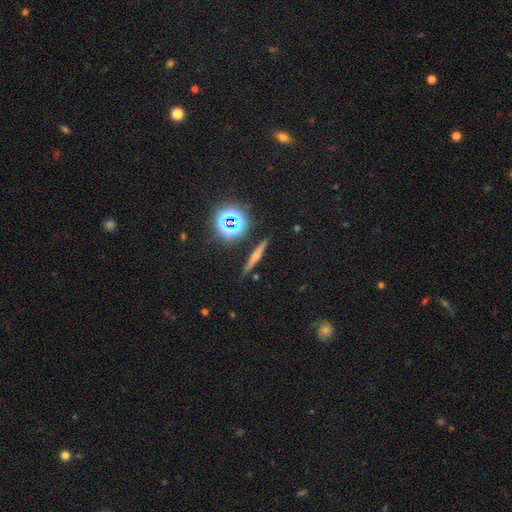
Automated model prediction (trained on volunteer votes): Overall: smooth (41%; featured or disk 40%). Merging: none (87%).